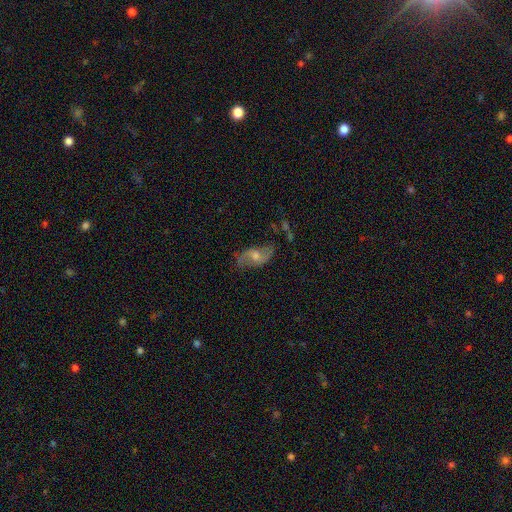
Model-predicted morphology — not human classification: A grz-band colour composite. It shows a featured or disk galaxy (72%) with no bar (54%), 2 (89%) loose (57%) spiral arms (89%) and a moderate central bulge (60%). Merging: none (71%).